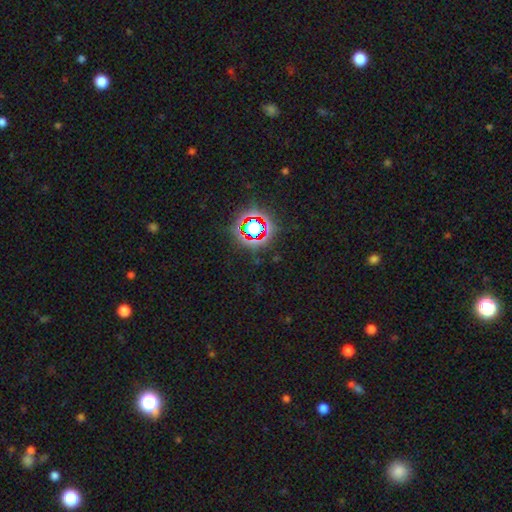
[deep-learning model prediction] Smooth or featured?
  - star or artifact: 78% *
  - smooth: 13%
  - featured or disk: 9%